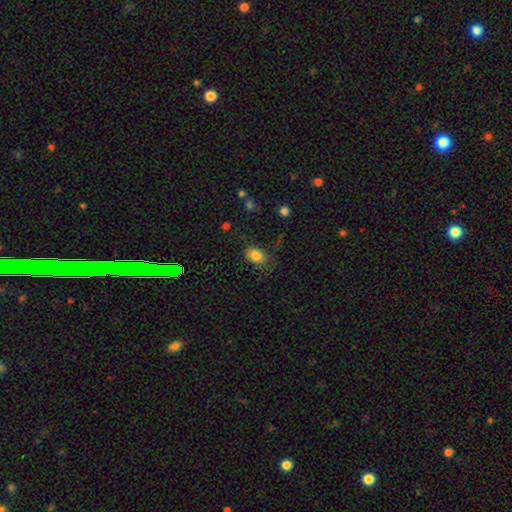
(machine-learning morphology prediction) Q: Smooth or featured?
A: smooth (83%); runner-up: star or artifact (10%)
Q: How rounded?
A: in between (77%); runner-up: round (22%)
Q: Merging?
A: none (71%); runner-up: minor disturbance (20%)